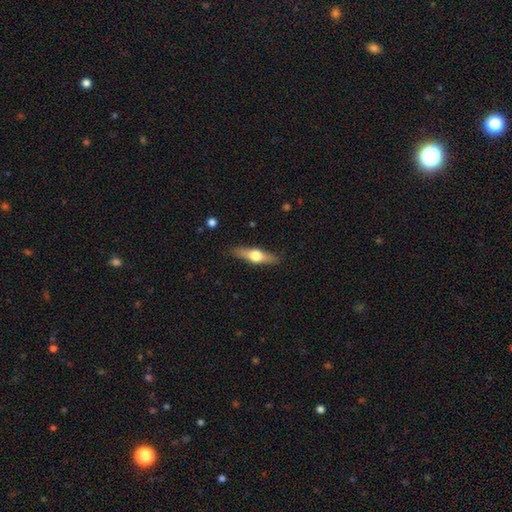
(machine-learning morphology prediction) This appears to be a featured or disk galaxy (55%) viewed edge-on (93%) with a rounded central bulge (95%). Merging: none (88%).